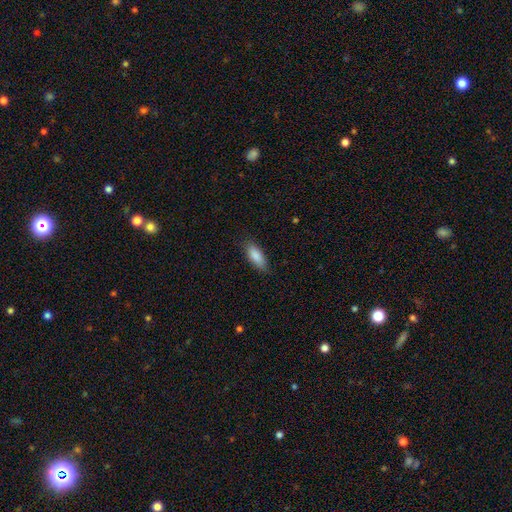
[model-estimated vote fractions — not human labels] This is clearly a smooth galaxy (87%). How rounded: likely in between (74%). Merging: clearly none (83%).